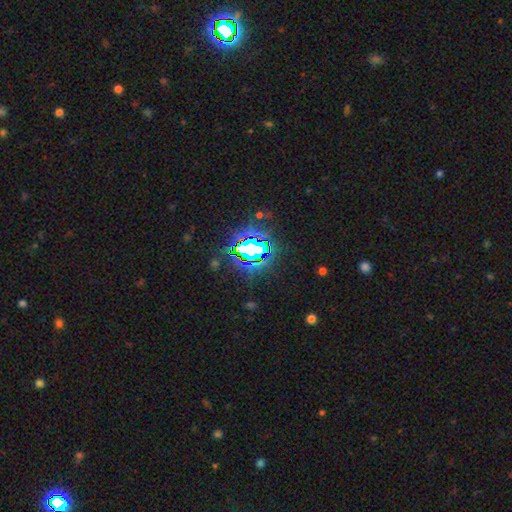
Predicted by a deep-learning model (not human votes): The model was most divided on "smooth or featured": star or artifact: 83%, smooth: 10%, featured or disk: 7%.